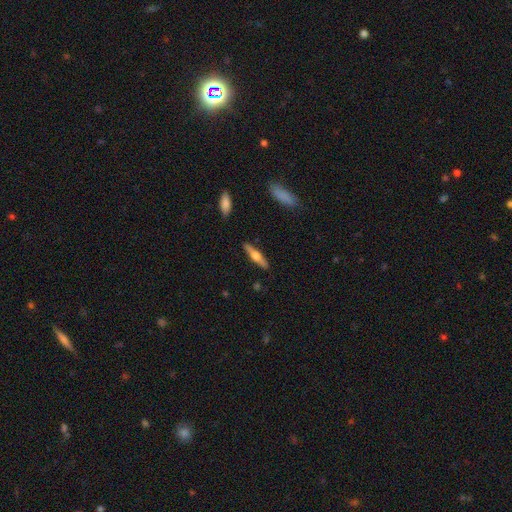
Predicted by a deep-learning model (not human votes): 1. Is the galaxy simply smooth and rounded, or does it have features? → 59% featured or disk, 36% smooth, 5% star or artifact.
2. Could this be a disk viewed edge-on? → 95% yes, 5% no.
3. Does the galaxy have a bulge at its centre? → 93% rounded, 4% boxy, 3% none.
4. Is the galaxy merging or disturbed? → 89% none, 8% minor disturbance, 2% major disturbance, 1% merger.